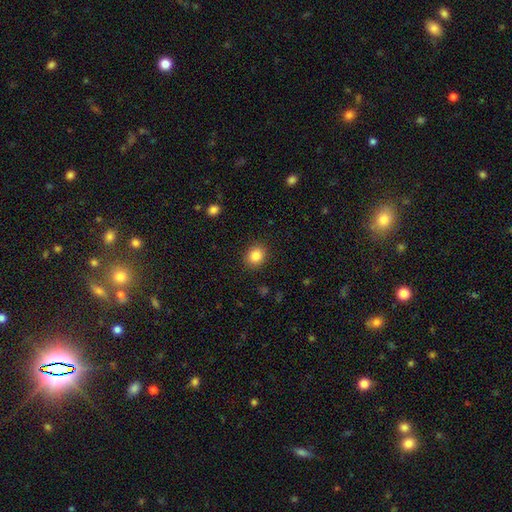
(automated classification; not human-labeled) Smooth or featured? smooth (85%)
How rounded? round (67%)
Merging? none (89%)